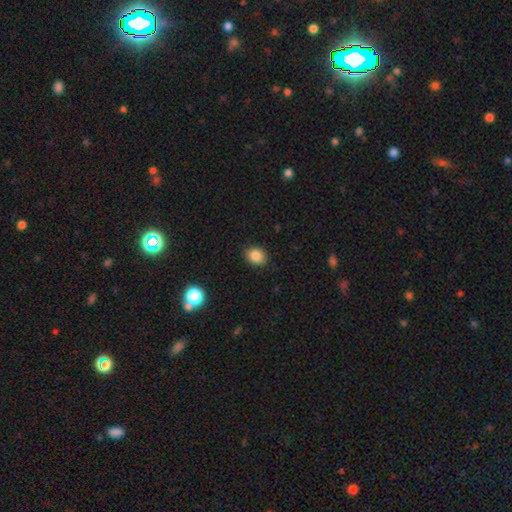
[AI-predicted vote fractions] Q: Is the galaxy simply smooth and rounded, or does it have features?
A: smooth — 86%.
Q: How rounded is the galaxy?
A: round — 55%.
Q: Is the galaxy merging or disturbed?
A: none — 88%.